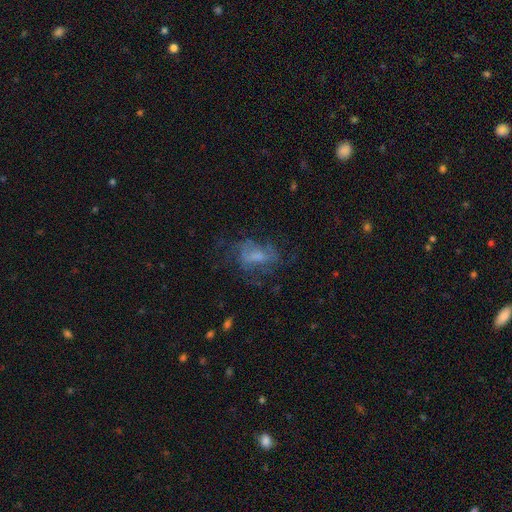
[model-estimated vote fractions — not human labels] Smooth or featured? featured or disk (49%)
Merging? none (46%)